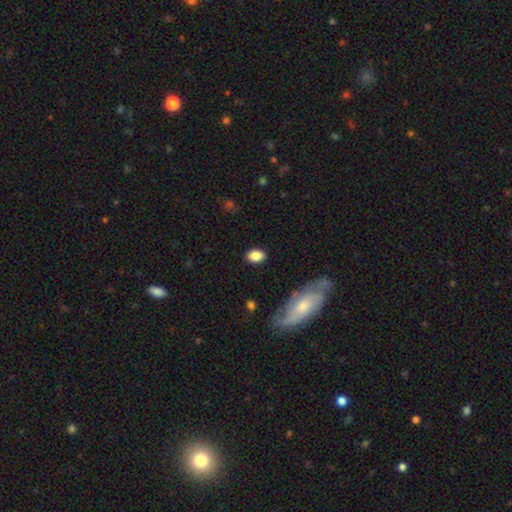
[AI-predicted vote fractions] Smooth or featured?
  - smooth: 85% *
  - star or artifact: 8%
  - featured or disk: 7%
How rounded?
  - in between: 84% *
  - round: 14%
  - cigar-shaped: 2%
Merging?
  - none: 86% *
  - minor disturbance: 10%
  - major disturbance: 3%
  - merger: 1%